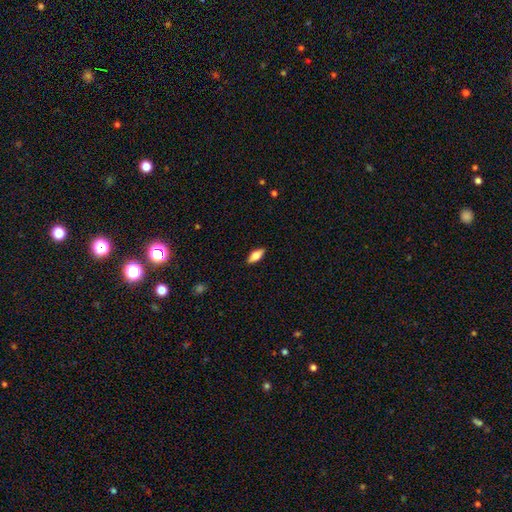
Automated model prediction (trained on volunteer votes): Morphology: type=smooth (72%); roundness=in between (82%); merging=none (88%).